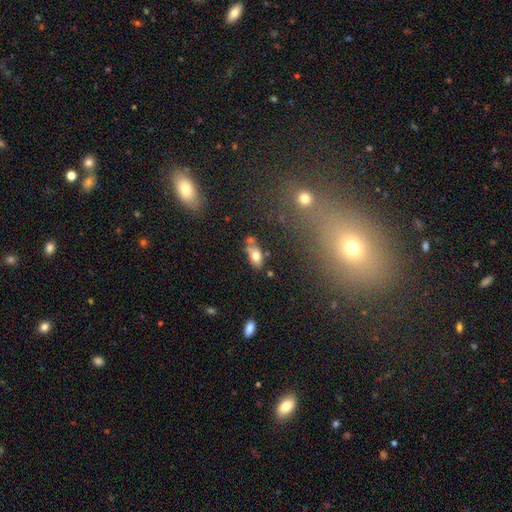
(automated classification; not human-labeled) Morphology: type=smooth (72%); roundness=in between (87%); merging=none (52%).